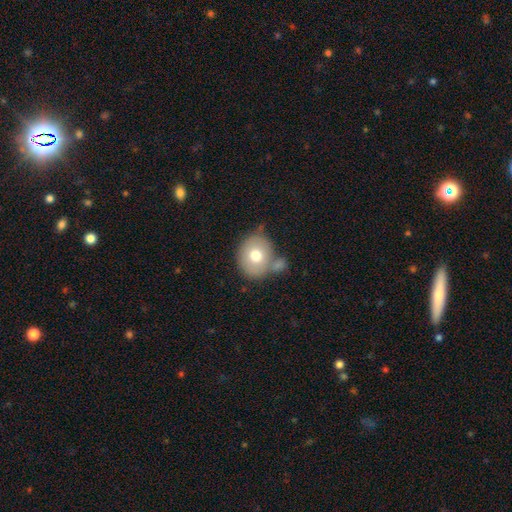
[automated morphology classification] Smooth or featured?
  - smooth: 71% *
  - featured or disk: 21%
  - star or artifact: 8%
How rounded?
  - round: 69% *
  - in between: 30%
  - cigar-shaped: 1%
Merging?
  - none: 55% *
  - merger: 21%
  - minor disturbance: 17%
  - major disturbance: 6%